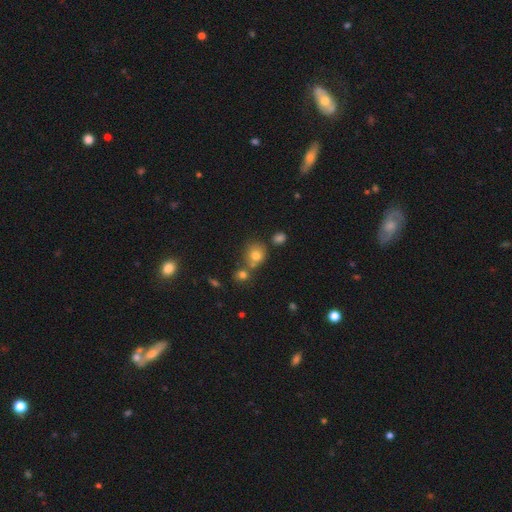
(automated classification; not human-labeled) smooth 73%, star or artifact 15%, featured or disk 12%. Down the decision tree: how rounded — round (77%); merging — none (53%).